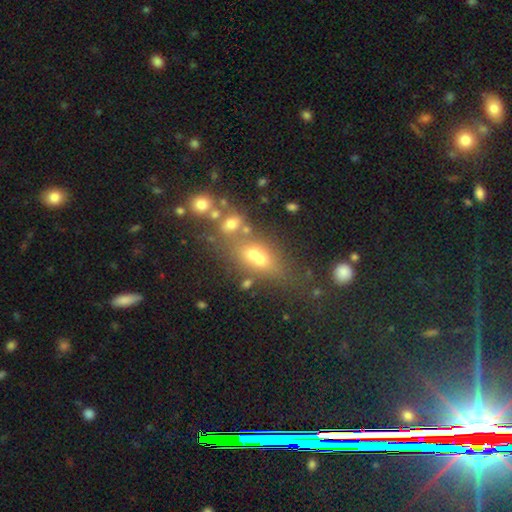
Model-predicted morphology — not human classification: Smooth or featured? smooth (50%)
Merging? merger (46%)